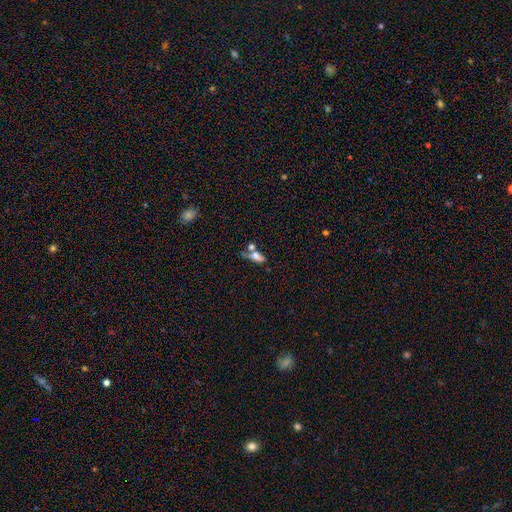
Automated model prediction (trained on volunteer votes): Smooth or featured? Predicted: smooth (p=0.64). How rounded? Predicted: in between (p=0.68). Merging? Predicted: merger (p=0.39).